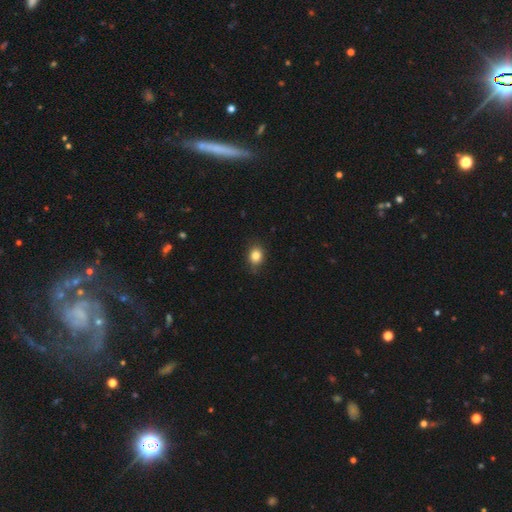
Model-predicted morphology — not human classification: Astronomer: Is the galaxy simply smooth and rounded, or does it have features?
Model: smooth — 84%.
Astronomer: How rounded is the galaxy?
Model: round — 53% (runner-up: in between, 46%).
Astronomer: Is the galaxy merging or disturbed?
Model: none — 80%.